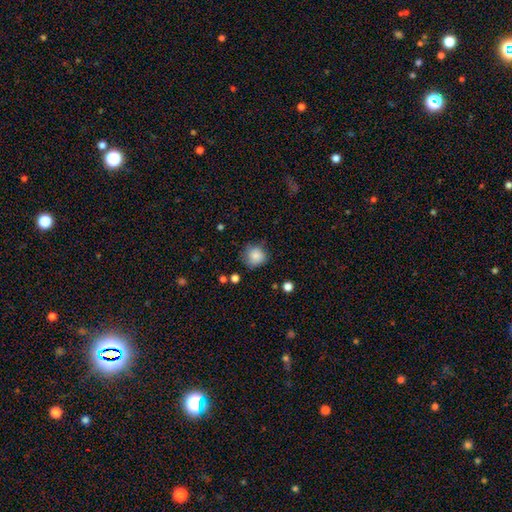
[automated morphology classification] Smooth or featured? smooth (84%)
How rounded? round (87%)
Merging? none (70%)